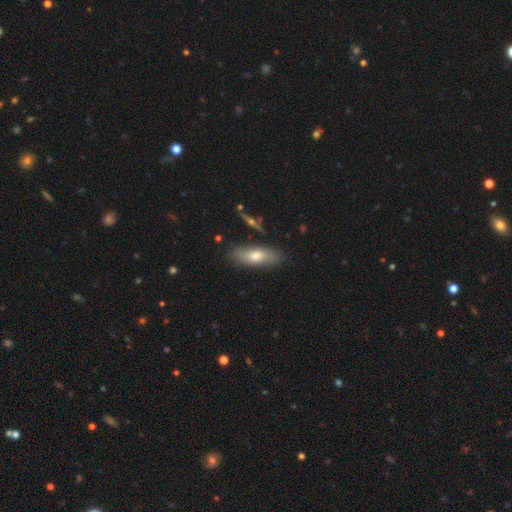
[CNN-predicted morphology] Smooth or featured: smooth — 67% (featured or disk — 26%)
How rounded: in between — 68% (cigar-shaped — 29%)
Merging: none — 81% (minor disturbance — 13%)